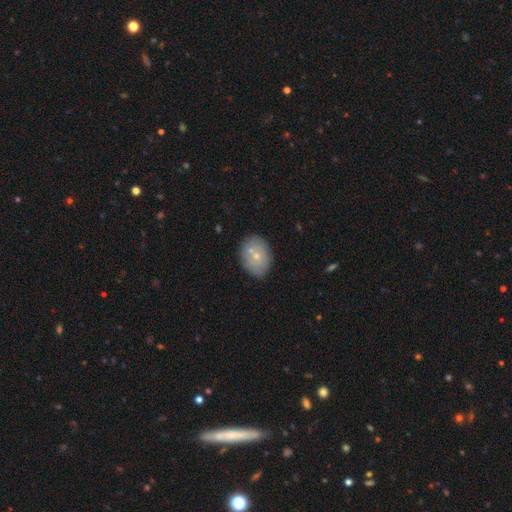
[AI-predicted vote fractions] Smooth or featured?
  - smooth: 63% *
  - featured or disk: 29%
  - star or artifact: 7%
How rounded?
  - in between: 72% *
  - round: 27%
  - cigar-shaped: 1%
Merging?
  - none: 70% *
  - minor disturbance: 15%
  - merger: 11%
  - major disturbance: 3%